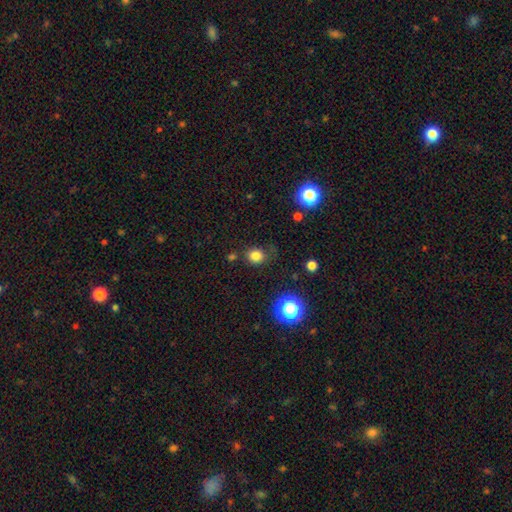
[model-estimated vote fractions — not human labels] Overall: smooth (80%). How rounded: round (77%). Merging: none (74%).